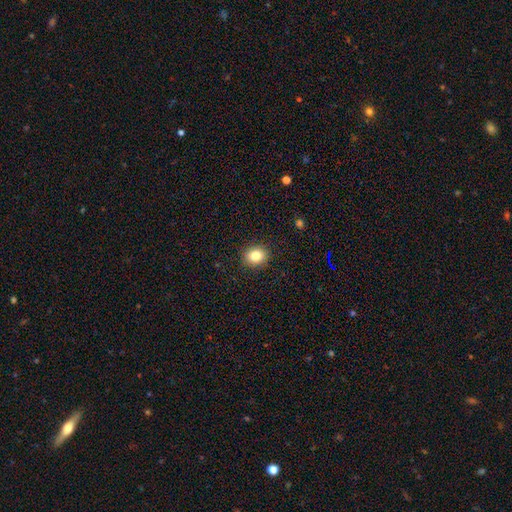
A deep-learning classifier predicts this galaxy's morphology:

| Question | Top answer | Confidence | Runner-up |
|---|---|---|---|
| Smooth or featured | smooth | 83% | star or artifact (10%) |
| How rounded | round | 66% | in between (33%) |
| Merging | none | 91% | minor disturbance (7%) |